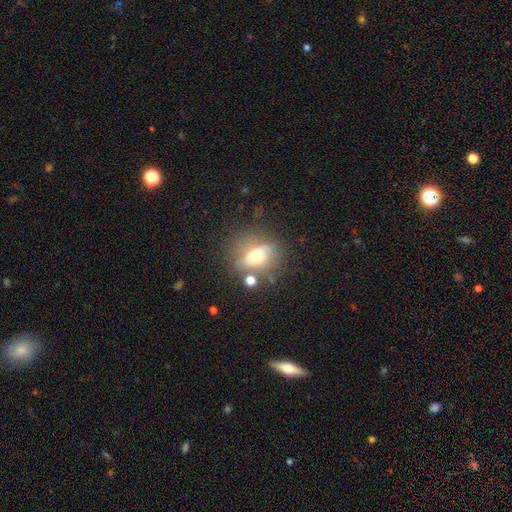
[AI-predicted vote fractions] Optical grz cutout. It shows a smooth galaxy with no disk features (58%) that is in between round and cigar-shaped (53%). Merging: none (55%).